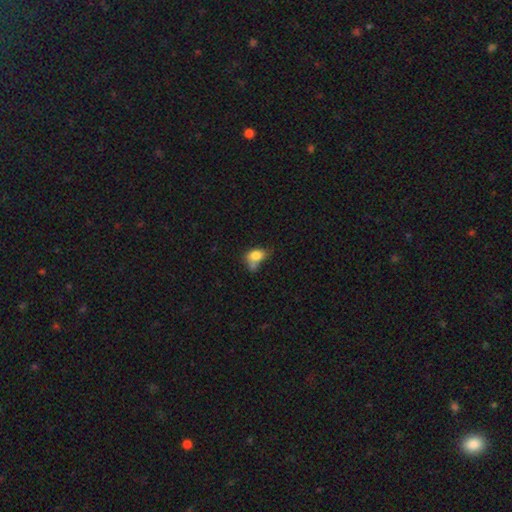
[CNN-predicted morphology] The model was most divided on "merging": none: 32%, minor disturbance: 27%, merger: 26%, major disturbance: 14%. More confident: smooth or featured — smooth (79%); how rounded — in between (76%).